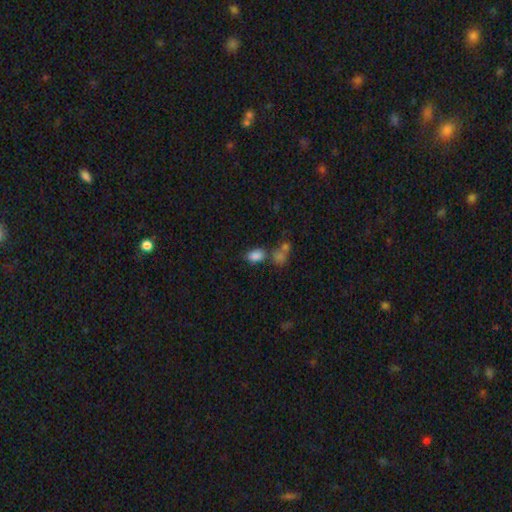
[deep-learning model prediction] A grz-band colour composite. It shows a smooth galaxy with no disk features (83%) that is in between round and cigar-shaped (87%). Merging: none (55%).